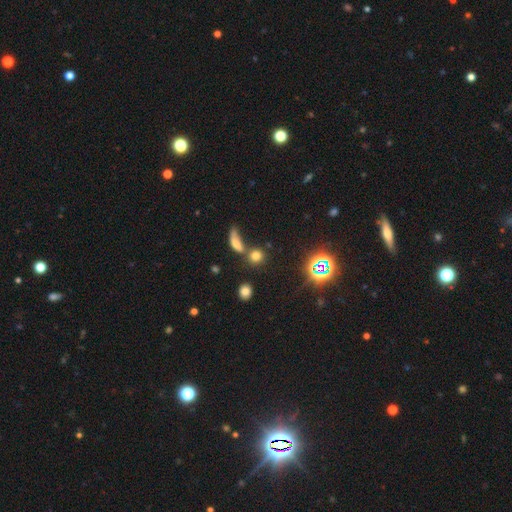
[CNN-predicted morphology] Smooth or featured?
  - smooth: 68% *
  - star or artifact: 22%
  - featured or disk: 10%
How rounded?
  - round: 70% *
  - in between: 23%
  - cigar-shaped: 7%
Merging?
  - none: 48% *
  - merger: 33%
  - minor disturbance: 11%
  - major disturbance: 8%